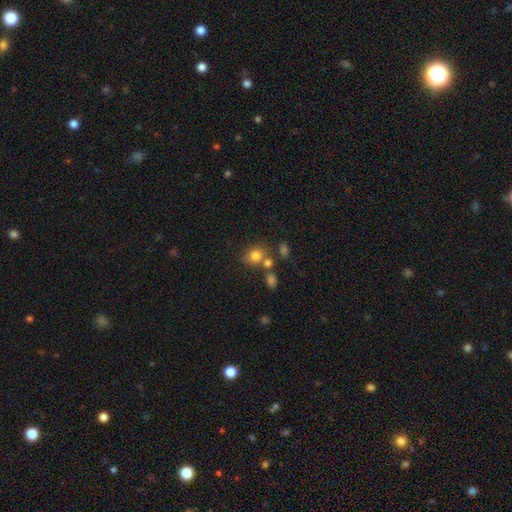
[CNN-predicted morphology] type=smooth (78%); roundness=round (61%); merging=none (55%).